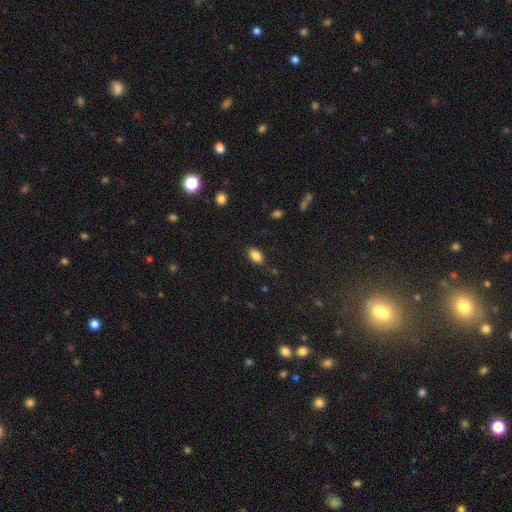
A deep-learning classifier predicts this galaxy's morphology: This is clearly a smooth galaxy (86%). How rounded: clearly in between (90%). Merging: likely none (80%).